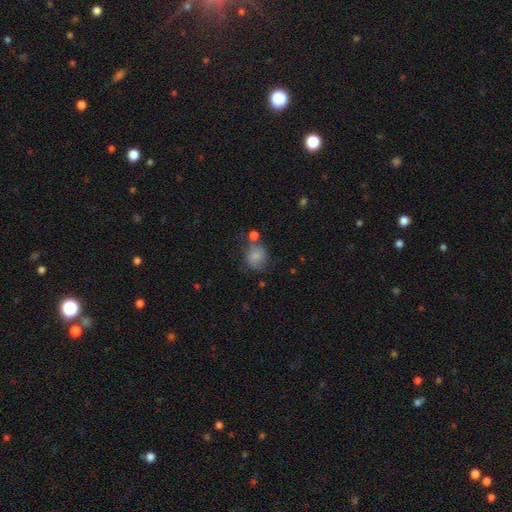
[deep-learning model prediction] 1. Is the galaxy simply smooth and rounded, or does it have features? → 77% smooth, 13% featured or disk, 10% star or artifact.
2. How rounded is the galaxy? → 68% round, 31% in between, 1% cigar-shaped.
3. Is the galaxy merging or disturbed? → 51% none, 24% minor disturbance, 14% merger, 11% major disturbance.